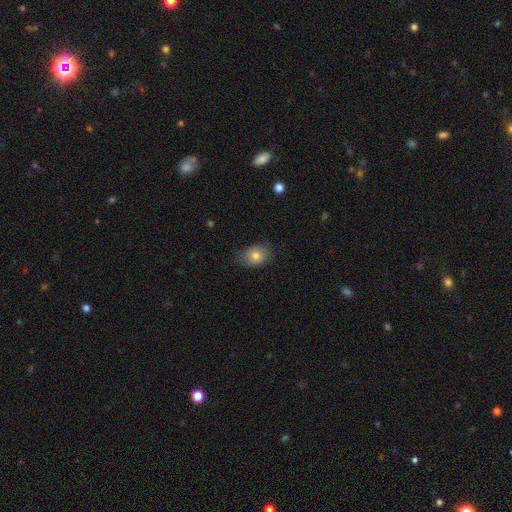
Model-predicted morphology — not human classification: type=smooth (77%); roundness=in between (64%); merging=none (74%).